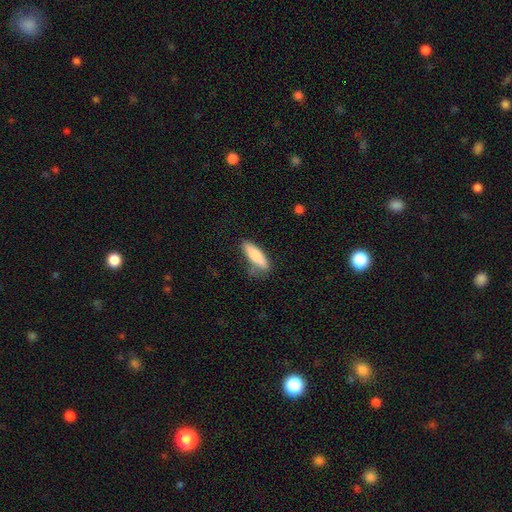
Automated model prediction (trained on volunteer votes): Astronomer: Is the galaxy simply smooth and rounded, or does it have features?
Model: smooth — 82%.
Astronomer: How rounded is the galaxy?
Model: cigar-shaped — 59% (runner-up: in between, 40%).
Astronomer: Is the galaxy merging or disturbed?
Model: none — 68%.